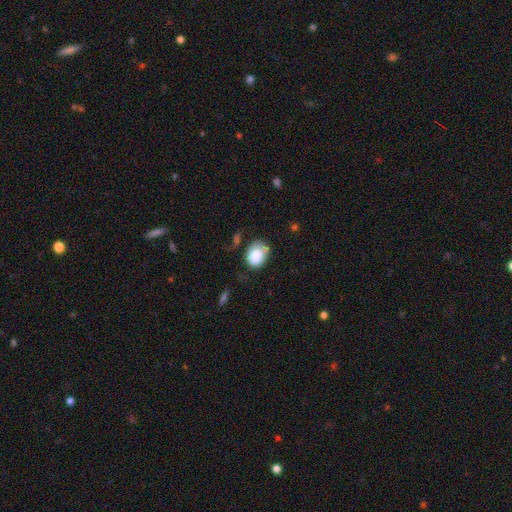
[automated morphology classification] A smooth galaxy with no disk features (85%) that is in between round and cigar-shaped (57%). Merging: none (50%).